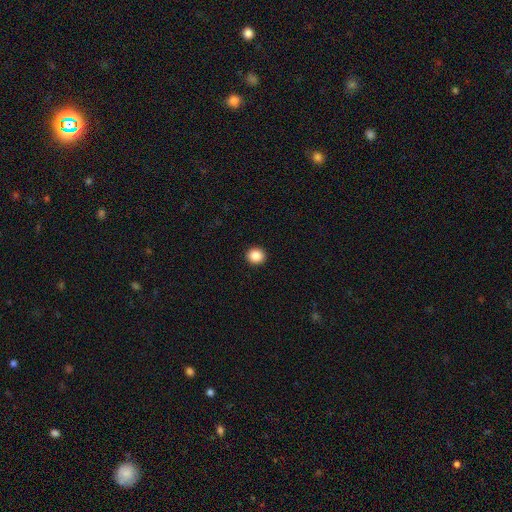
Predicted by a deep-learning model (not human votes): This appears to be a smooth galaxy with no disk features (87%) that is round (86%). Merging: none (93%).